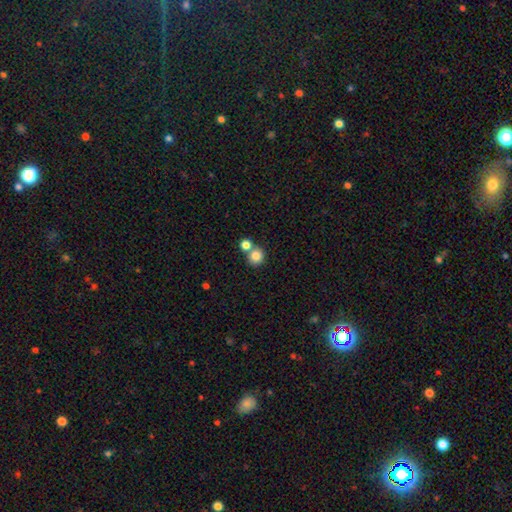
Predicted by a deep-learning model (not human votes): Q: Smooth or featured?
A: smooth (82%); runner-up: star or artifact (11%)
Q: How rounded?
A: round (89%); runner-up: in between (10%)
Q: Merging?
A: none (56%); runner-up: merger (34%)